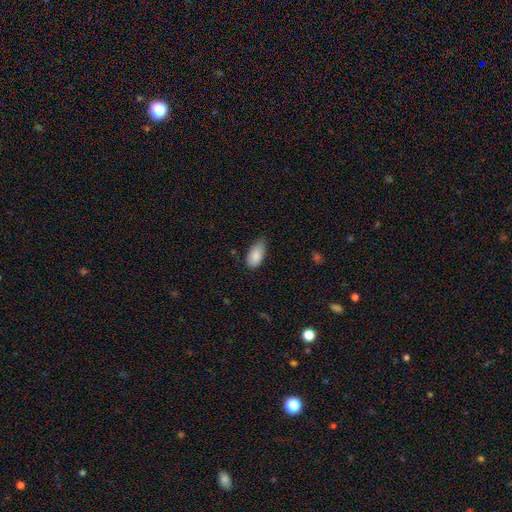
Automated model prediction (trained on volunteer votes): Morphology: type=smooth (87%); roundness=in between (94%); merging=none (50%).